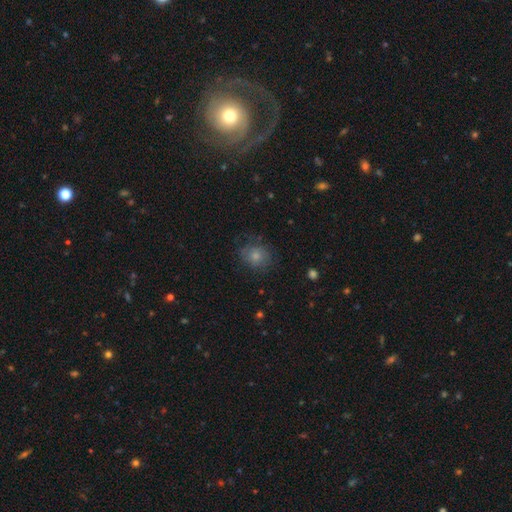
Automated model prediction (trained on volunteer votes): The model was most divided on "how rounded": round: 71%, in between: 28%, cigar-shaped: 1%. More confident: smooth or featured — smooth (77%); merging — none (71%).